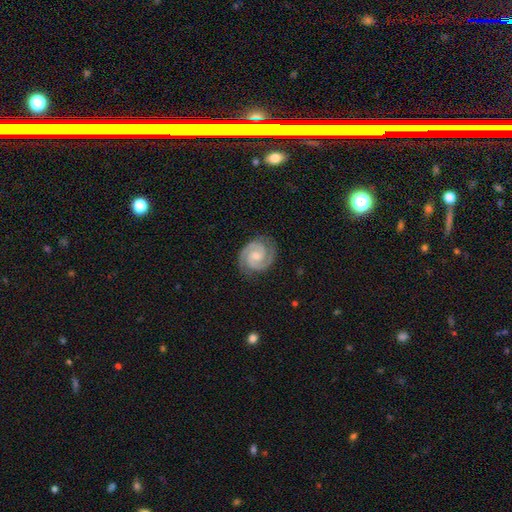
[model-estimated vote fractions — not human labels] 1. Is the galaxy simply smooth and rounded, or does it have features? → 91% featured or disk, 5% smooth, 4% star or artifact.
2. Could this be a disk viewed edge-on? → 98% no, 2% yes.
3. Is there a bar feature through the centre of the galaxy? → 61% no, 32% weak, 7% strong.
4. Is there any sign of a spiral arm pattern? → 99% yes, 1% no.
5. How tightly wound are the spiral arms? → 62% tight, 35% medium, 4% loose.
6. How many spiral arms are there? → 92% 2, 3% 3, 2% can't tell, 1% 1, 1% 4, 1% more than 4.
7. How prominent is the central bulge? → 48% small, 39% moderate, 10% none, 2% large, 1% dominant.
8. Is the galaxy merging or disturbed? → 84% none, 12% minor disturbance, 3% major disturbance, 1% merger.